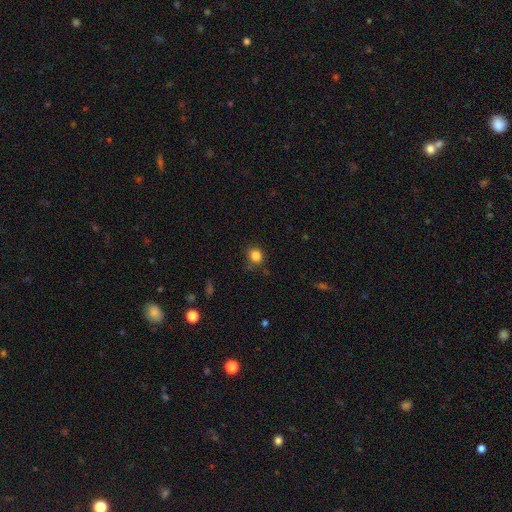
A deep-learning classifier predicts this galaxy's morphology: Q: Smooth or featured?
A: smooth (83%); runner-up: star or artifact (12%)
Q: How rounded?
A: round (75%); runner-up: in between (24%)
Q: Merging?
A: none (76%); runner-up: minor disturbance (18%)